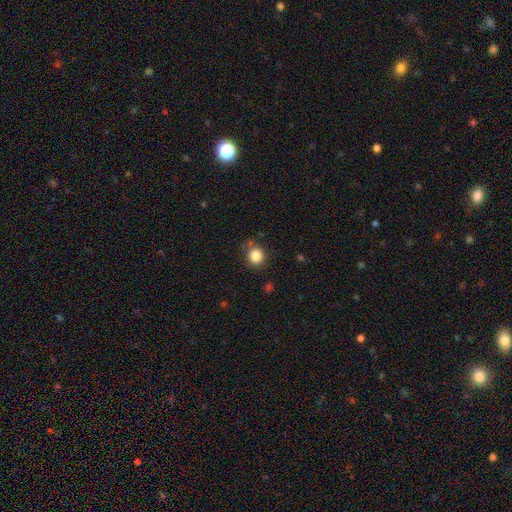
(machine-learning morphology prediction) A smooth galaxy with no disk features (85%) that is round (85%).

Vote fractions:
- Smooth or featured? smooth: 85% / star or artifact: 11% / featured or disk: 4%
- How rounded? round: 85% / in between: 14% / cigar-shaped: 1%
- Merging? none: 79% / minor disturbance: 13% / merger: 4% / major disturbance: 4%